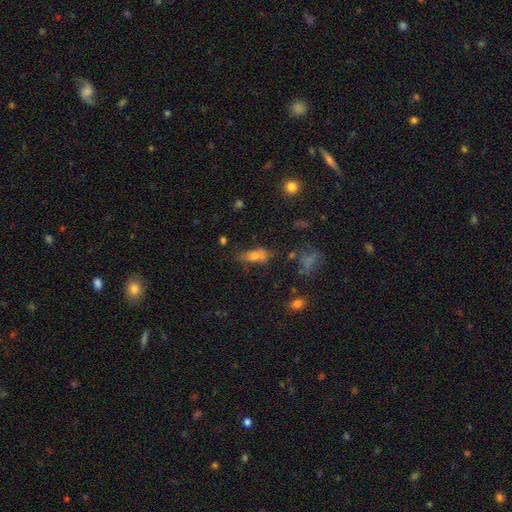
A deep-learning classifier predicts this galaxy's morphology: type=smooth (69%); roundness=in between (73%); merging=none (45%).